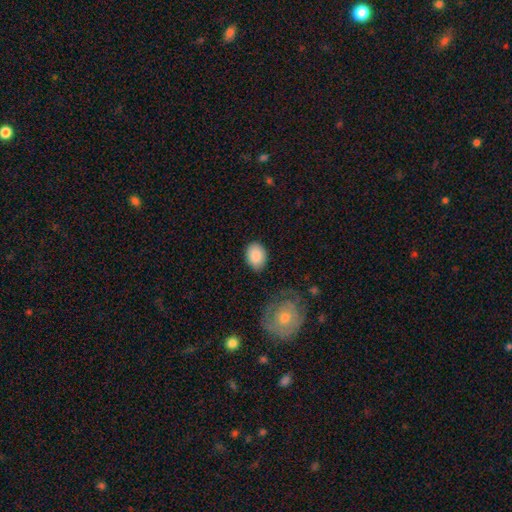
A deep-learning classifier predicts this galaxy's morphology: type=smooth (88%); roundness=in between (72%); merging=none (80%).